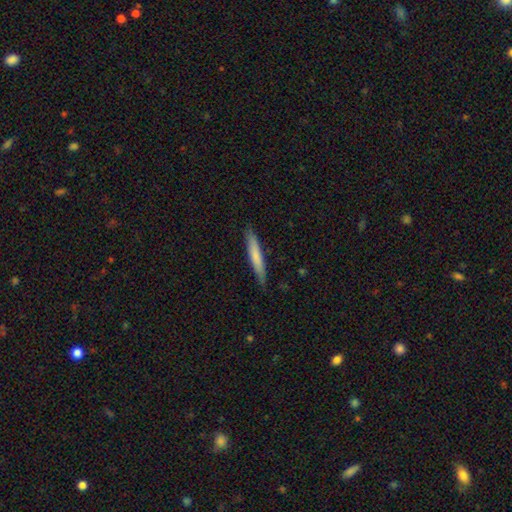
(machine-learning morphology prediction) Smooth or featured? Predicted: smooth (p=0.71). How rounded? Predicted: cigar-shaped (p=0.95). Merging? Predicted: none (p=0.87).